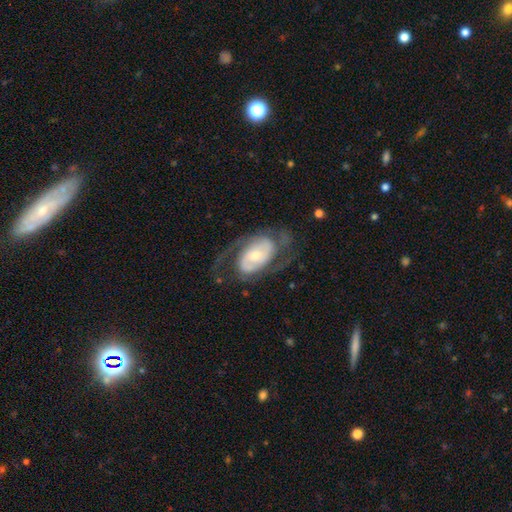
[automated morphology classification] Smooth or featured? Predicted: featured or disk (p=0.81). Edge-on disk? Predicted: no (p=0.95). Bar? Predicted: no (p=0.61). Spiral arms? Predicted: yes (p=0.90). Spiral winding? Predicted: medium (p=0.43). Spiral arm count? Predicted: 2 (p=0.75). Bulge size? Predicted: small (p=0.47). Merging? Predicted: none (p=0.60).